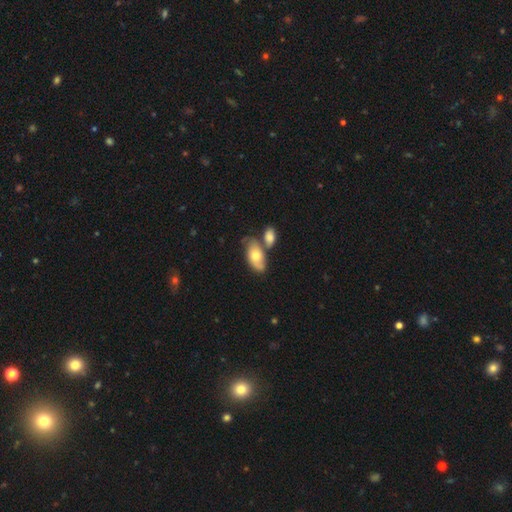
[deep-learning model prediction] The model was most divided on "merging": none: 44%, merger: 34%, minor disturbance: 17%, major disturbance: 6%. More confident: how rounded — in between (90%); smooth or featured — smooth (57%).